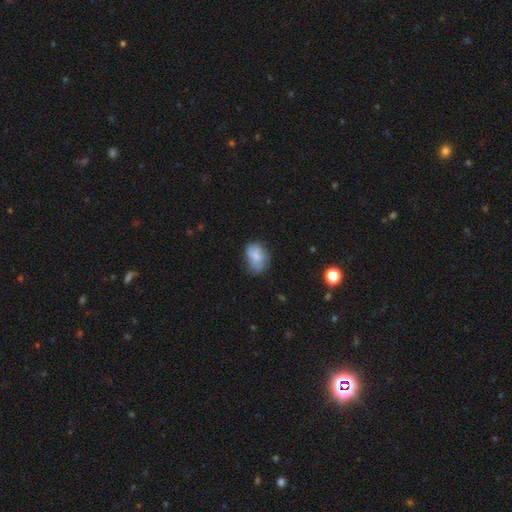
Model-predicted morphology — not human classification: type=smooth (72%); roundness=in between (76%); merging=none (49%).